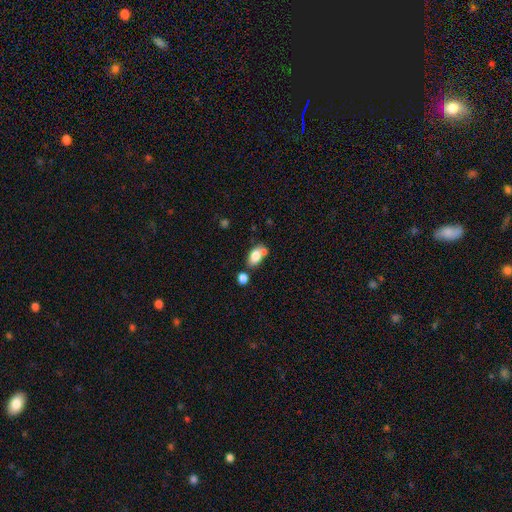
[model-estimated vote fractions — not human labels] Smooth or featured?
  - smooth: 78% *
  - featured or disk: 14%
  - star or artifact: 8%
How rounded?
  - in between: 86% *
  - round: 12%
  - cigar-shaped: 2%
Merging?
  - none: 48% *
  - merger: 32%
  - minor disturbance: 15%
  - major disturbance: 5%